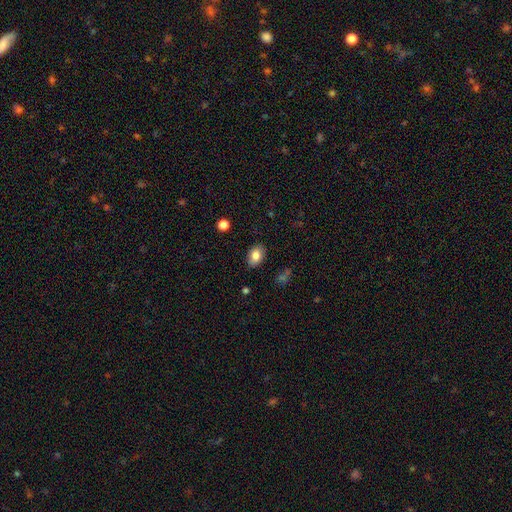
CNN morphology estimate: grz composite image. It shows a smooth galaxy with no disk features (83%) that is in between round and cigar-shaped (84%). Merging: none (85%).